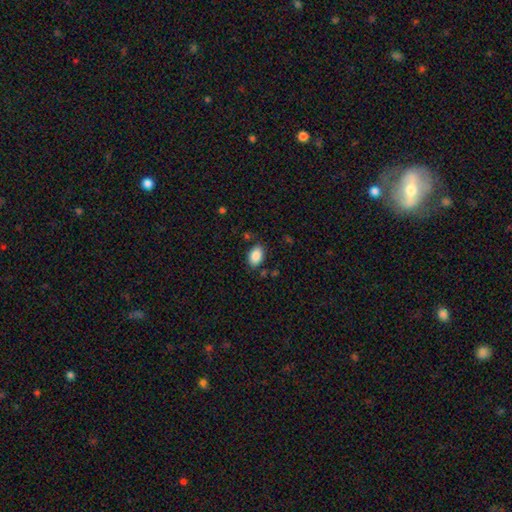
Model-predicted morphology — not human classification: A smooth galaxy with no disk features (88%) that is in between round and cigar-shaped (87%). Merging: none (82%).